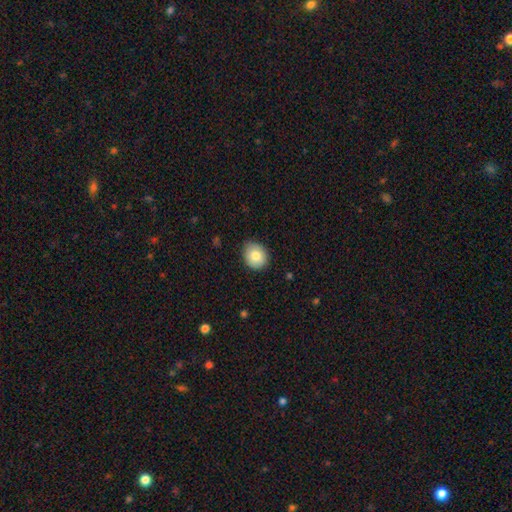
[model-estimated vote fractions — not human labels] This appears to be a smooth galaxy with no disk features (81%) that is round (66%). Merging: none (85%).